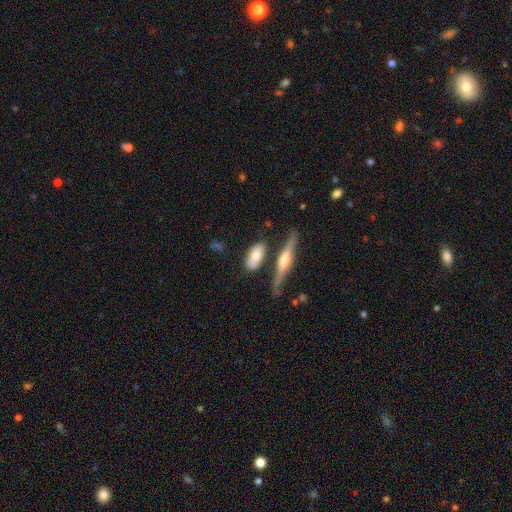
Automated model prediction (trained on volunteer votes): A smooth galaxy with no disk features (64%) that is in between round and cigar-shaped (77%). Merging: none (60%).